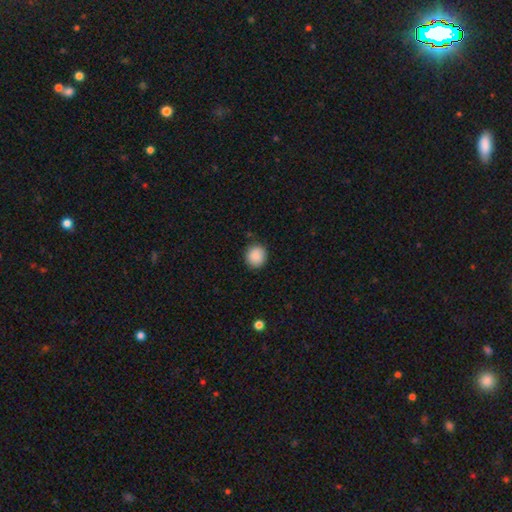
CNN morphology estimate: smooth-or-featured: smooth: 89% | star or artifact: 8% | featured or disk: 4%
  how-rounded: round: 89% | in between: 10% | cigar-shaped: 1%
  merging: none: 88% | minor disturbance: 9% | major disturbance: 2% | merger: 1%